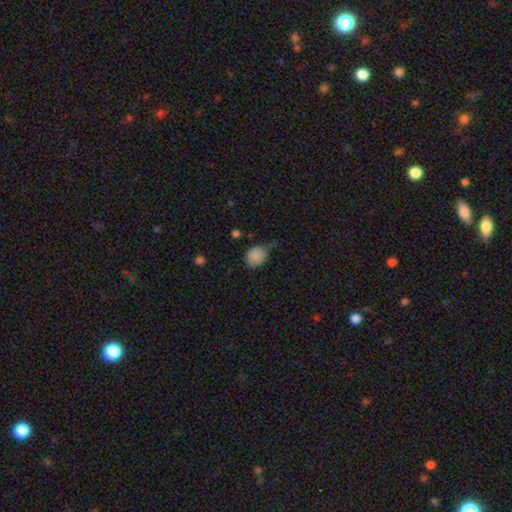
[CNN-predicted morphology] Smooth or featured?
  - smooth: 85% *
  - star or artifact: 9%
  - featured or disk: 6%
How rounded?
  - round: 59% *
  - in between: 40%
  - cigar-shaped: 1%
Merging?
  - minor disturbance: 42% *
  - none: 38%
  - major disturbance: 16%
  - merger: 4%